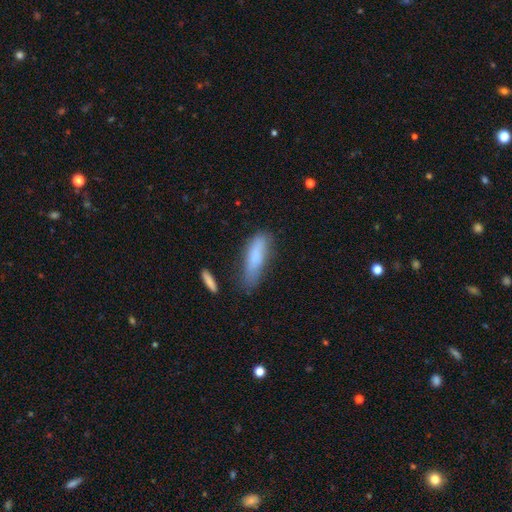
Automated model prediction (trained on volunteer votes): smooth_or_featured: smooth (p=0.80) [alt: featured or disk p=0.13]
how_rounded: cigar-shaped (p=0.57) [alt: in between p=0.41]
merging: none (p=0.52) [alt: minor disturbance p=0.31]